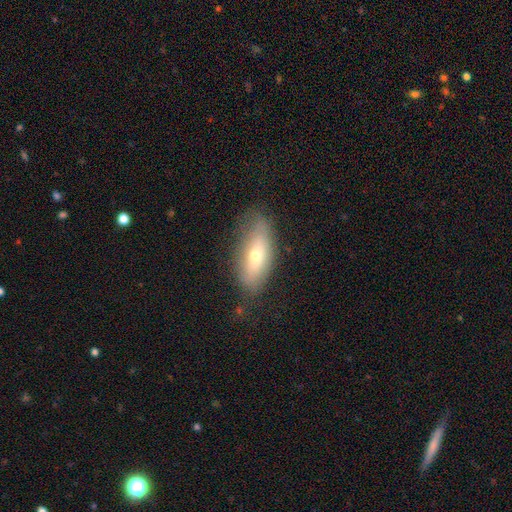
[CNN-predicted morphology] Overall: smooth (57%; featured or disk 34%). How rounded: in between (75%). Merging: none (69%).